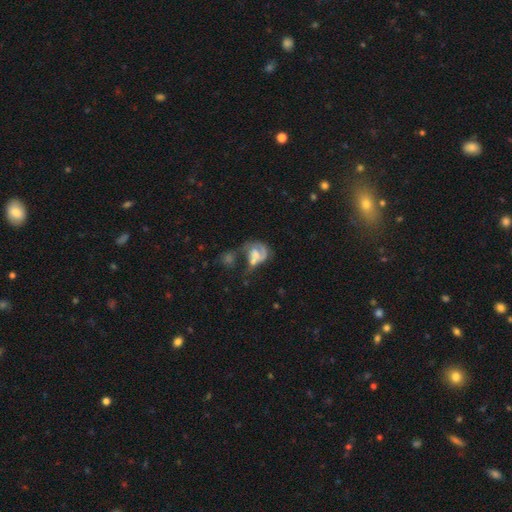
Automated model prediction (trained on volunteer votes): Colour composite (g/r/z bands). It shows a featured or disk galaxy (54%) with no bar (65%), spiral arms (55%) and a moderate central bulge (39%). Merging: merger (41%).